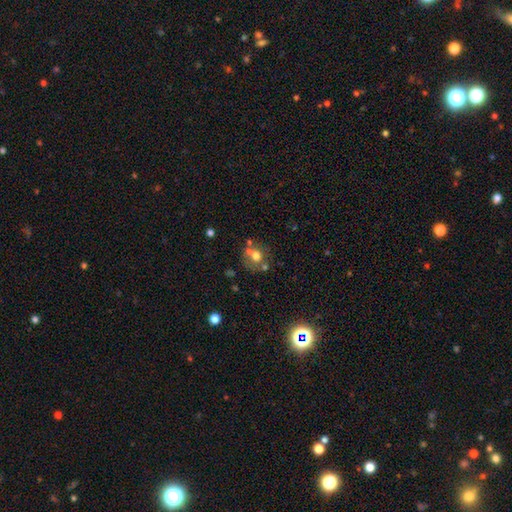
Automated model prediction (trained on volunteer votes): A smooth galaxy with no disk features (60%) that is round (80%).

Vote fractions:
- Smooth or featured? smooth: 60% / featured or disk: 26% / star or artifact: 14%
- How rounded? round: 80% / in between: 19% / cigar-shaped: 1%
- Merging? none: 50% / merger: 32% / minor disturbance: 12% / major disturbance: 6%